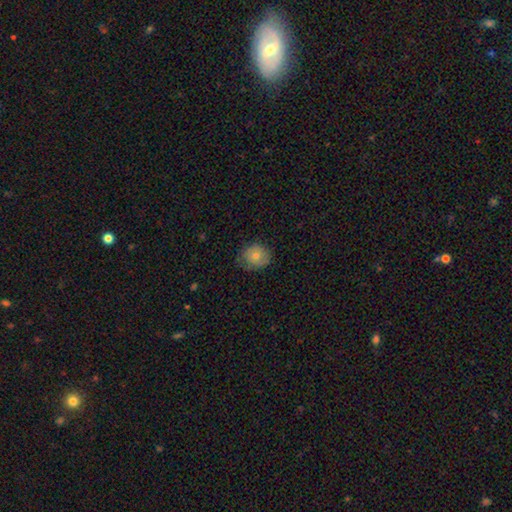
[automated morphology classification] Smooth or featured: smooth — 73% (featured or disk — 17%)
How rounded: round — 79% (in between — 20%)
Merging: none — 75% (minor disturbance — 20%)